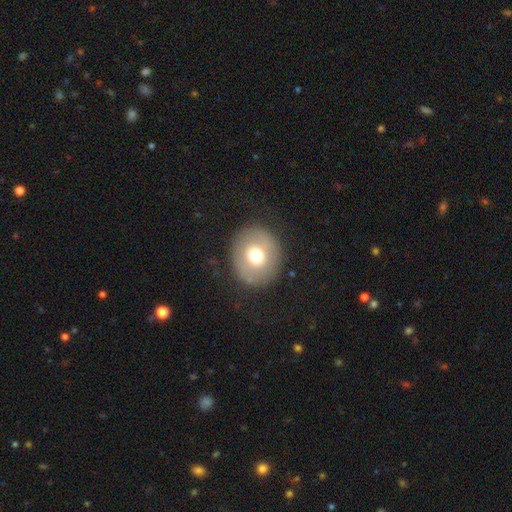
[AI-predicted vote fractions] Smooth or featured? smooth (68%)
How rounded? round (76%)
Merging? none (85%)